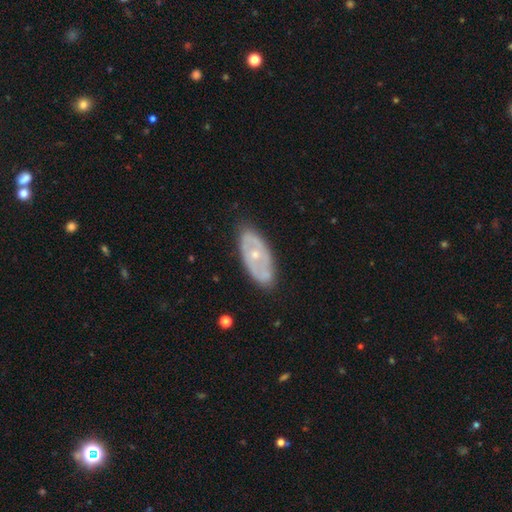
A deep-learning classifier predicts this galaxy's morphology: smooth_or_featured: featured or disk (p=0.67) [alt: smooth p=0.27]
disk_edge_on: no (p=0.88) [alt: yes p=0.12]
bar: no (p=0.80) [alt: weak p=0.15]
has_spiral_arms: no (p=0.58) [alt: yes p=0.42]
bulge_size: small (p=0.57) [alt: moderate p=0.39]
merging: none (p=0.81) [alt: minor disturbance p=0.14]